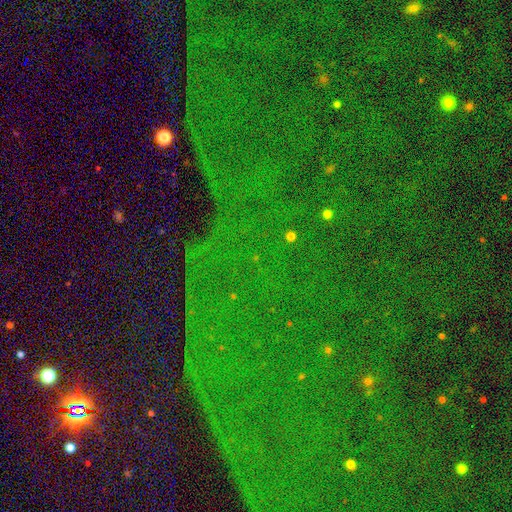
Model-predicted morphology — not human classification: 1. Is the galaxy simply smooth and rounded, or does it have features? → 85% star or artifact, 8% smooth, 7% featured or disk.